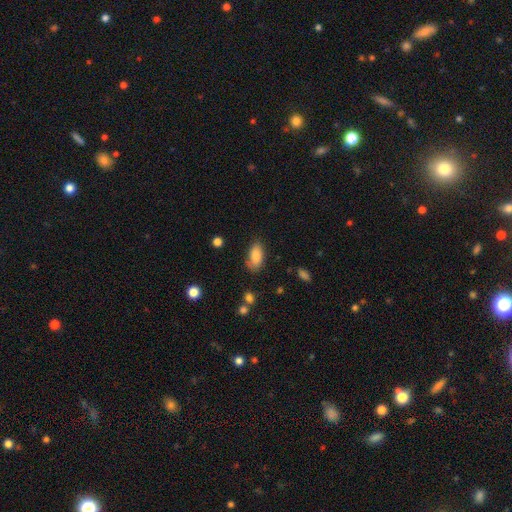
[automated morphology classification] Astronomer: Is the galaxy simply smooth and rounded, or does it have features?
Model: smooth — 82%.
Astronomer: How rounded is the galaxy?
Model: in between — 91%.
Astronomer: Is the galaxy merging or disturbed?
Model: none — 71%.